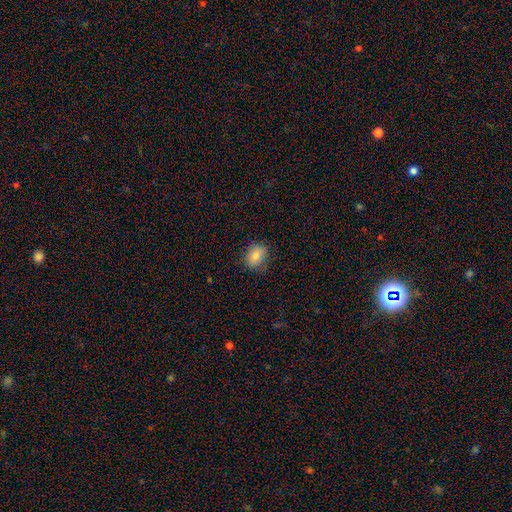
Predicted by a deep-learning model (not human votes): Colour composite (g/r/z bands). It shows a smooth galaxy with no disk features (80%) that is in between round and cigar-shaped (59%). Merging: none (78%).